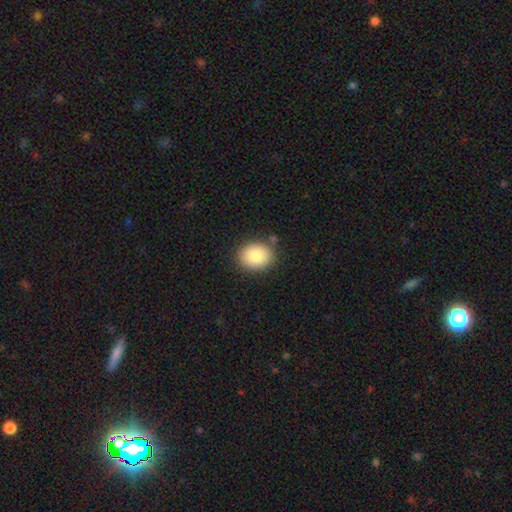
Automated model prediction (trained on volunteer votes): A smooth galaxy with no disk features (86%) that is in between round and cigar-shaped (50%). Merging: none (84%).